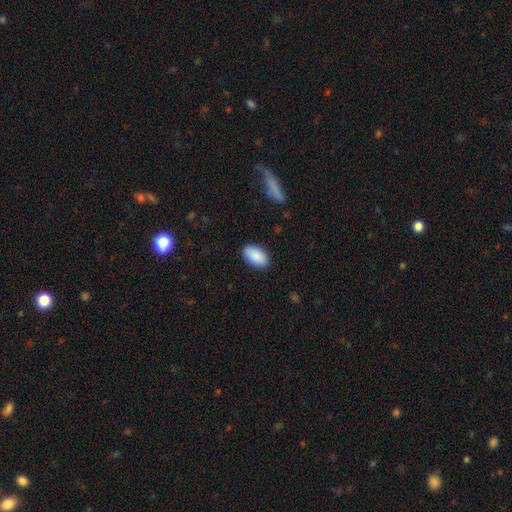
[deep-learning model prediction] A smooth galaxy with no disk features (89%) that is in between round and cigar-shaped (94%). Merging: none (86%).